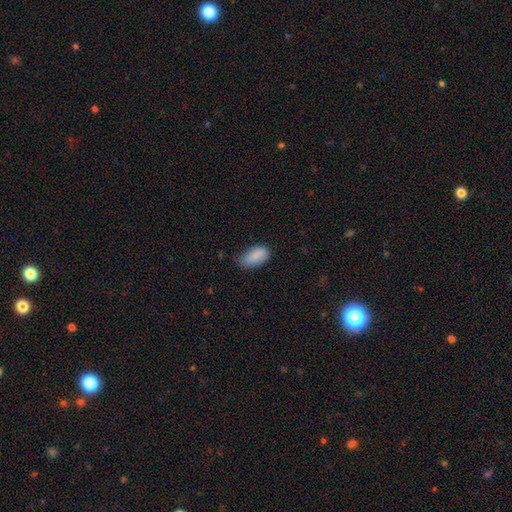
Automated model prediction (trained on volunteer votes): A smooth galaxy with no disk features (87%) that is in between round and cigar-shaped (93%). Merging: none (54%).